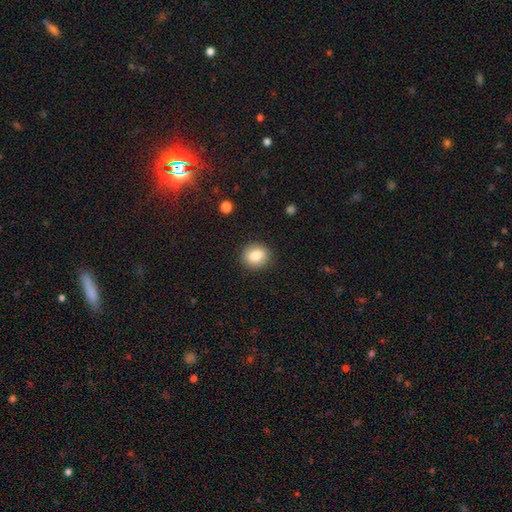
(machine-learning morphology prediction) smooth-or-featured: smooth: 81% | featured or disk: 10% | star or artifact: 9%
  how-rounded: round: 78% | in between: 21% | cigar-shaped: 1%
  merging: none: 90% | minor disturbance: 7% | major disturbance: 2% | merger: 1%